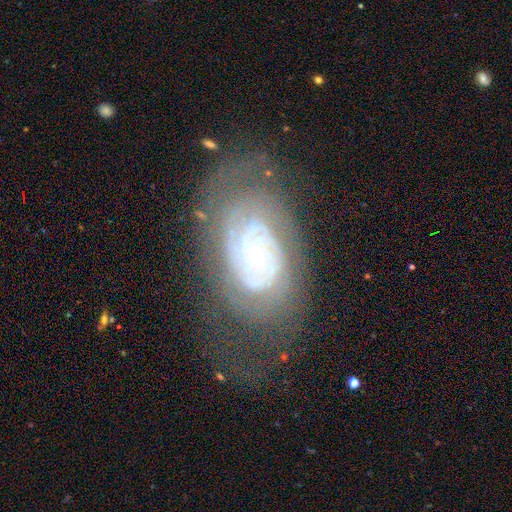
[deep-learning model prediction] Q: Smooth or featured?
A: featured or disk (83%); runner-up: smooth (10%)
Q: Edge-on disk?
A: no (95%); runner-up: yes (5%)
Q: Bar?
A: no (76%); runner-up: weak (17%)
Q: Spiral arms?
A: yes (89%); runner-up: no (11%)
Q: Spiral winding?
A: tight (76%); runner-up: medium (19%)
Q: Spiral arm count?
A: can't tell (39%); runner-up: 2 (30%)
Q: Bulge size?
A: small (75%); runner-up: moderate (20%)
Q: Merging?
A: none (60%); runner-up: minor disturbance (21%)